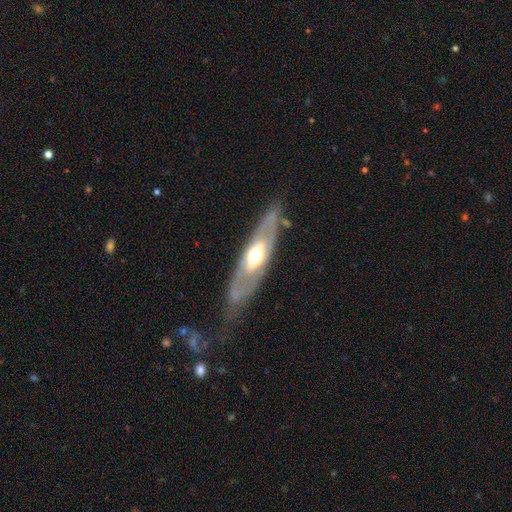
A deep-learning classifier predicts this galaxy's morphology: This is likely a featured or disk galaxy (68%). It is likely not viewed edge-on (62%). Merging: likely none (76%).